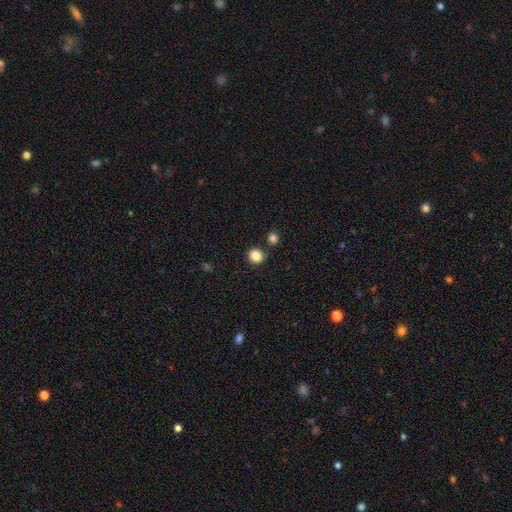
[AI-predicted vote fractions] This is clearly a smooth galaxy (85%). How rounded: clearly round (90%). Merging: clearly none (84%).